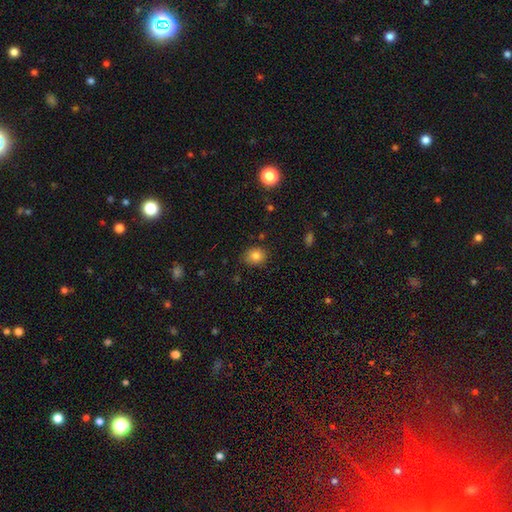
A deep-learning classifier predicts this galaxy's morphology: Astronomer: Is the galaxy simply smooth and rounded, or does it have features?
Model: smooth — 83%.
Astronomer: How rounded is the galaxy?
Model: round — 67%.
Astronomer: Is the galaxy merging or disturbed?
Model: none — 81%.